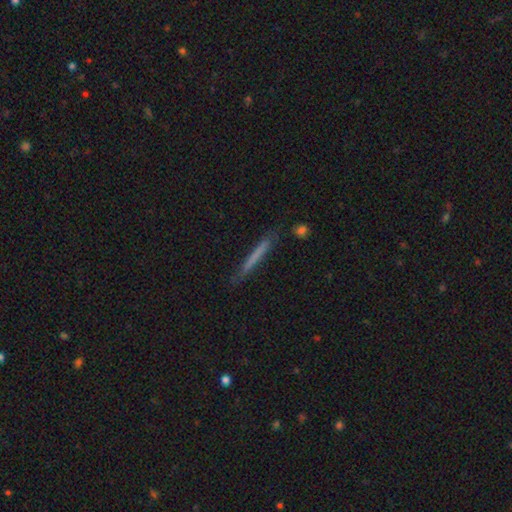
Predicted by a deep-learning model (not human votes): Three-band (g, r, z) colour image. It shows a smooth galaxy with no disk features (60%) that is cigar-shaped (96%). Merging: none (82%).